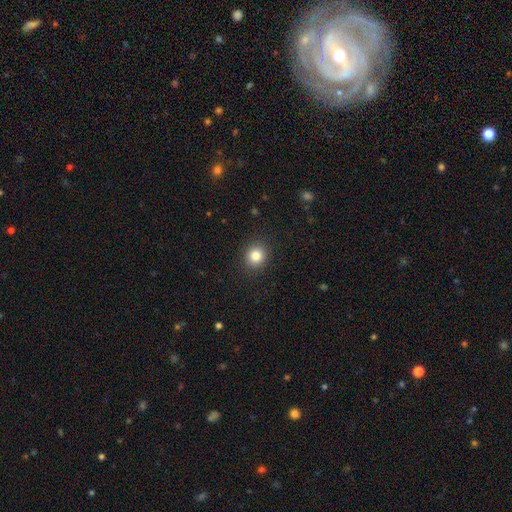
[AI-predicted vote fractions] Morphology: type=smooth (82%); roundness=round (82%); merging=none (91%).